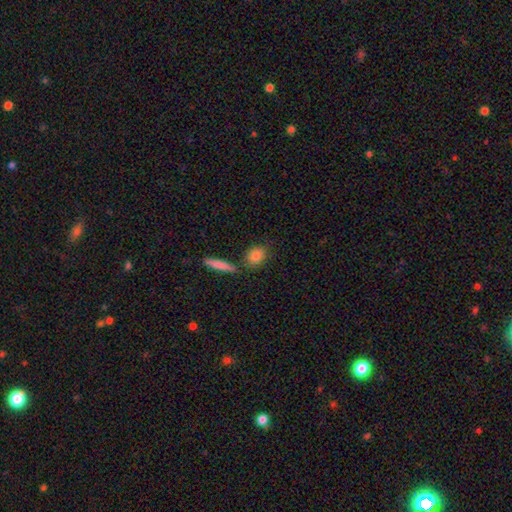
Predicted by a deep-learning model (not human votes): Q: Smooth or featured?
A: smooth (83%); runner-up: featured or disk (9%)
Q: How rounded?
A: in between (61%); runner-up: round (33%)
Q: Merging?
A: none (73%); runner-up: merger (12%)